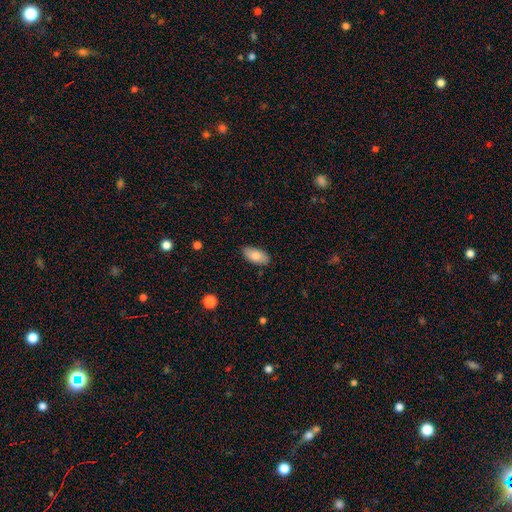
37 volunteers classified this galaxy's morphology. Smooth or featured: smooth — 78% (featured or disk — 16%)
How rounded: in between — 93% (round — 3%)
Merging: none — 77% (minor disturbance — 20%)